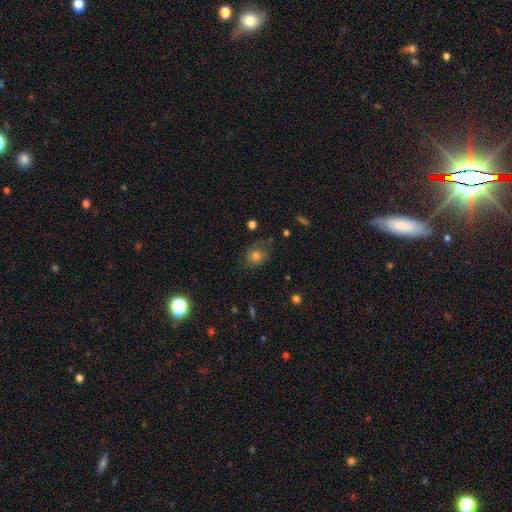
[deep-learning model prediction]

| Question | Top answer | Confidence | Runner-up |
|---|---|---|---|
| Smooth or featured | smooth | 72% | featured or disk (15%) |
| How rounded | round | 64% | in between (35%) |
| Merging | none | 61% | minor disturbance (25%) |